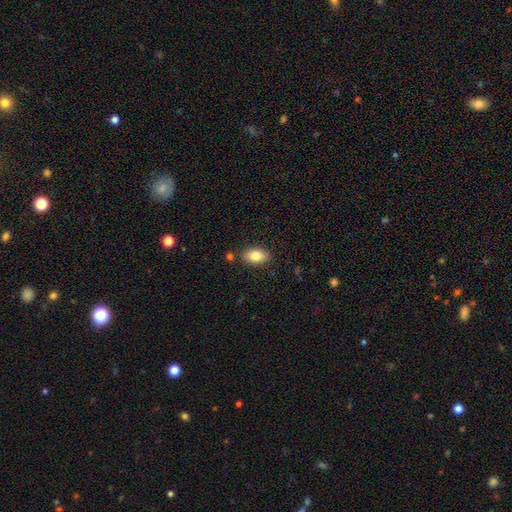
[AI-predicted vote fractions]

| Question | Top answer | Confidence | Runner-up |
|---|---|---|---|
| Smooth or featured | smooth | 82% | featured or disk (10%) |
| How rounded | in between | 91% | round (6%) |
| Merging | none | 83% | minor disturbance (11%) |